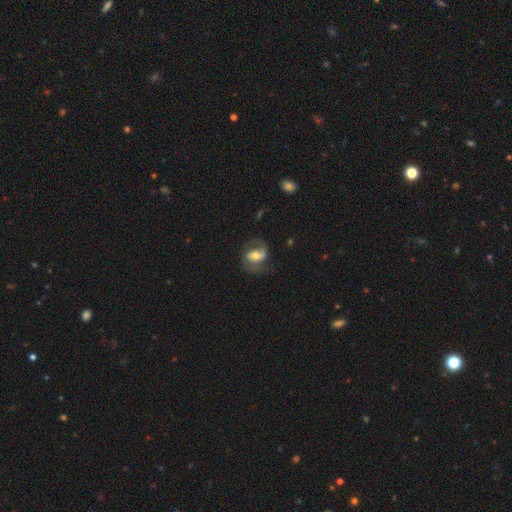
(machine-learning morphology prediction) smooth_or_featured: featured or disk (p=0.66) [alt: smooth p=0.27]
disk_edge_on: no (p=0.96) [alt: yes p=0.04]
bar: weak (p=0.38) [alt: no p=0.34]
has_spiral_arms: yes (p=0.85) [alt: no p=0.15]
spiral_winding: medium (p=0.49) [alt: loose p=0.32]
spiral_arm_count: 2 (p=0.83) [alt: 1 p=0.07]
bulge_size: moderate (p=0.62) [alt: small p=0.23]
merging: none (p=0.62) [alt: minor disturbance p=0.19]